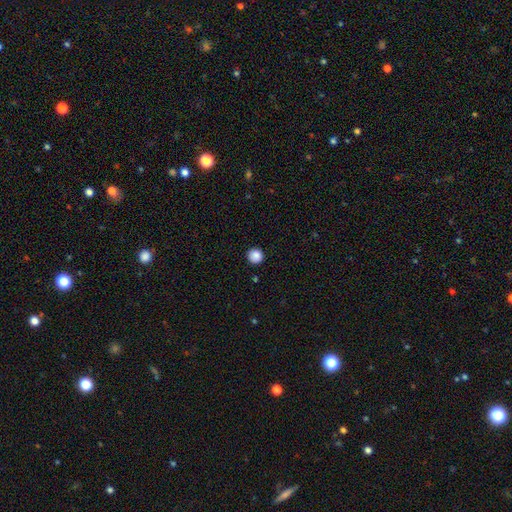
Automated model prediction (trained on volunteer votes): This is clearly a smooth galaxy (87%). How rounded: clearly round (95%). Merging: clearly none (92%).